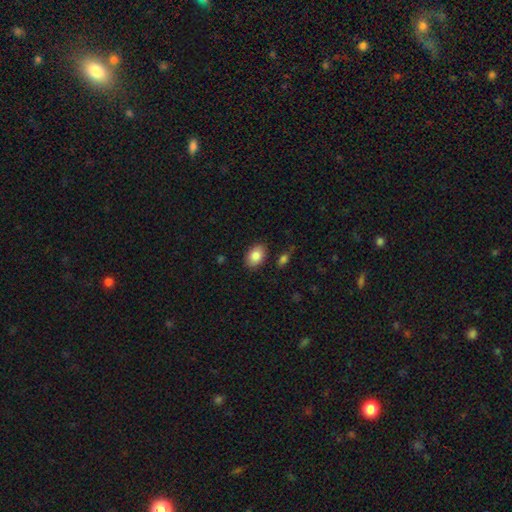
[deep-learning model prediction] Morphology: type=smooth (86%); roundness=in between (82%); merging=none (85%).